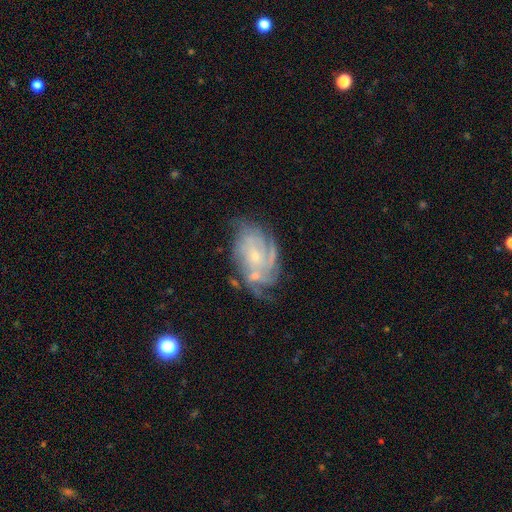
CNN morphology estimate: The model was most divided on "spiral arm count": can't tell: 36%, 4: 21%, 3: 19%, 2: 11%, more than 4: 7%, 1: 5%. More confident: edge-on disk — no (97%); spiral arms — yes (93%); smooth or featured — featured or disk (82%); bulge size — small (72%); bar — no (70%); spiral winding — tight (63%); merging — none (55%).